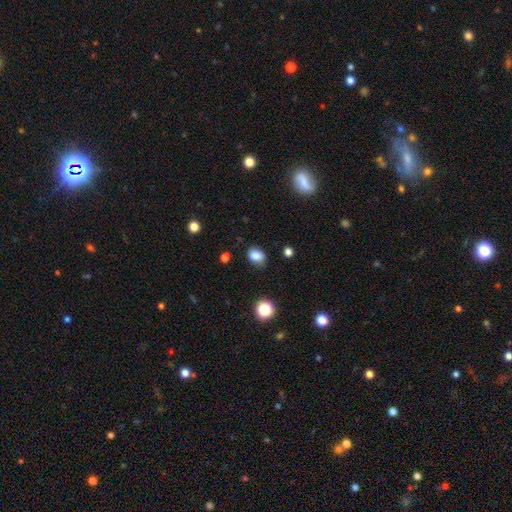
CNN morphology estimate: smooth_or_featured: smooth (p=0.84) [alt: star or artifact p=0.11]
how_rounded: in between (p=0.68) [alt: round p=0.30]
merging: none (p=0.76) [alt: minor disturbance p=0.18]